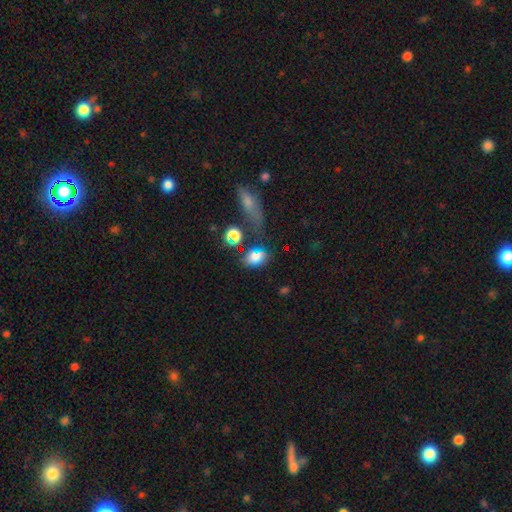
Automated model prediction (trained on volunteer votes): Morphology: type=smooth (71%); roundness=in between (69%); merging=none (62%).